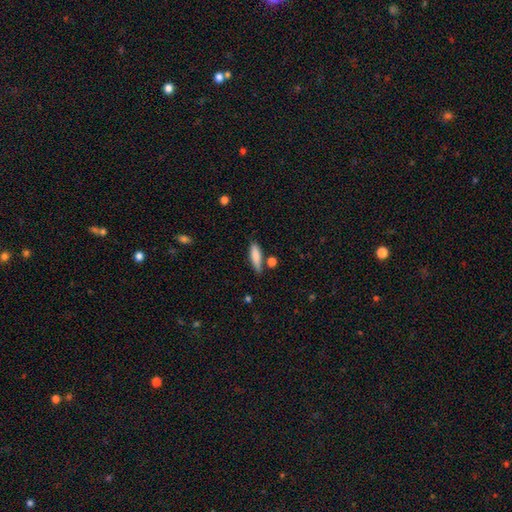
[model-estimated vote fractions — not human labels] Q: Smooth or featured?
A: smooth (81%); runner-up: featured or disk (12%)
Q: How rounded?
A: cigar-shaped (60%); runner-up: in between (38%)
Q: Merging?
A: none (68%); runner-up: minor disturbance (19%)